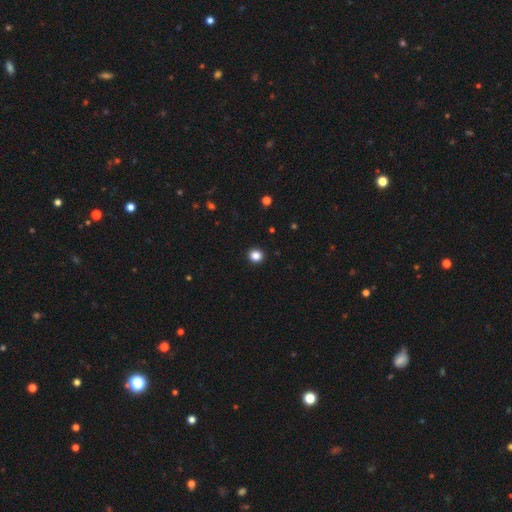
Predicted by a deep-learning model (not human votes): smooth-or-featured: smooth: 85% | star or artifact: 12% | featured or disk: 3%
  how-rounded: round: 89% | in between: 10% | cigar-shaped: 1%
  merging: none: 93% | minor disturbance: 4% | major disturbance: 2% | merger: 1%